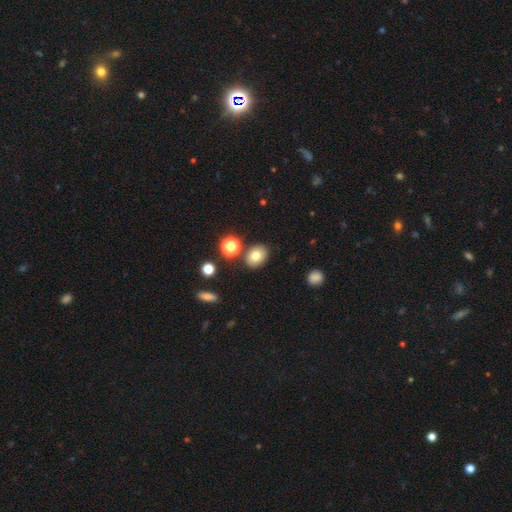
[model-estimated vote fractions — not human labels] Q: Smooth or featured?
A: smooth (76%); runner-up: star or artifact (12%)
Q: How rounded?
A: in between (61%); runner-up: round (38%)
Q: Merging?
A: none (81%); runner-up: minor disturbance (10%)